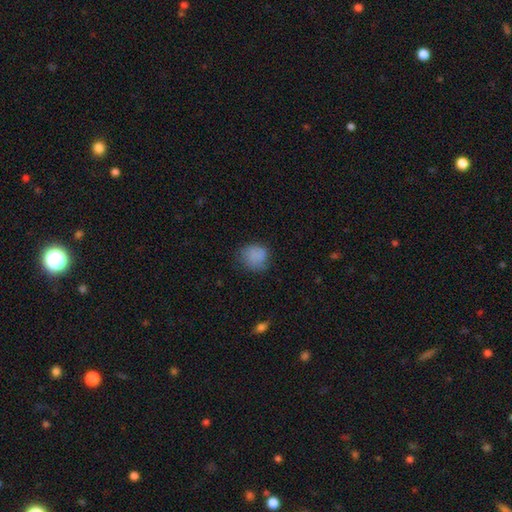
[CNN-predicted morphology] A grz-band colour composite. It shows a smooth galaxy with no disk features (82%) that is round (77%). Merging: none (66%).